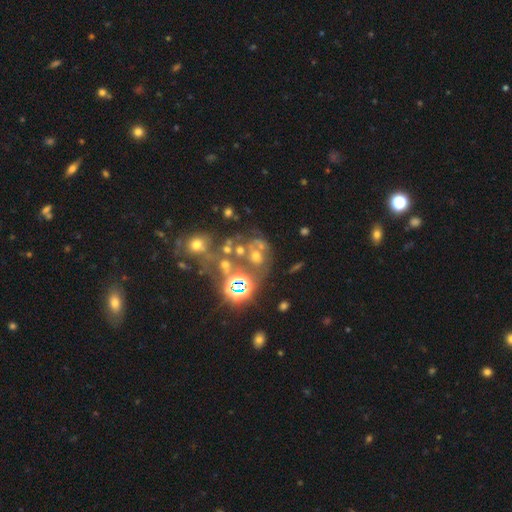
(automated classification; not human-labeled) Overall: smooth (39%; star or artifact 33%). Merging: none (38%; merger 32%).